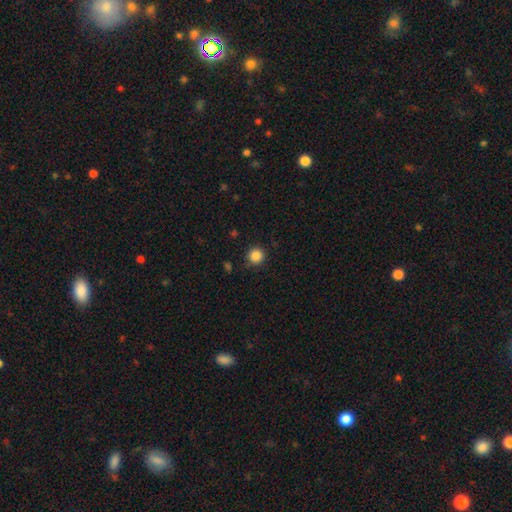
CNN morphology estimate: Smooth or featured?
  - smooth: 86% *
  - star or artifact: 11%
  - featured or disk: 3%
How rounded?
  - round: 95% *
  - in between: 4%
  - cigar-shaped: 1%
Merging?
  - none: 86% *
  - minor disturbance: 10%
  - major disturbance: 3%
  - merger: 2%